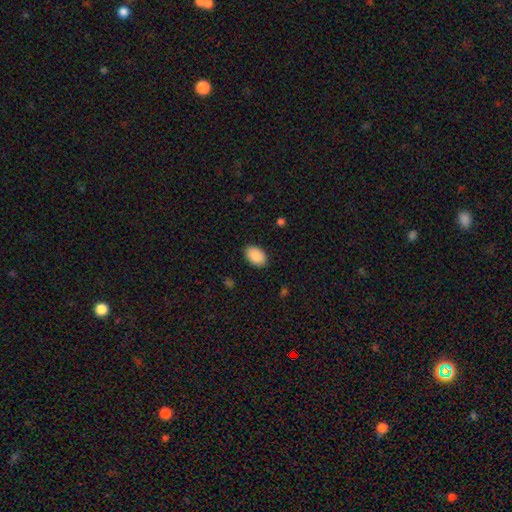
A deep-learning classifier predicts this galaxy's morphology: Smooth or featured? smooth (91%)
How rounded? in between (90%)
Merging? none (88%)